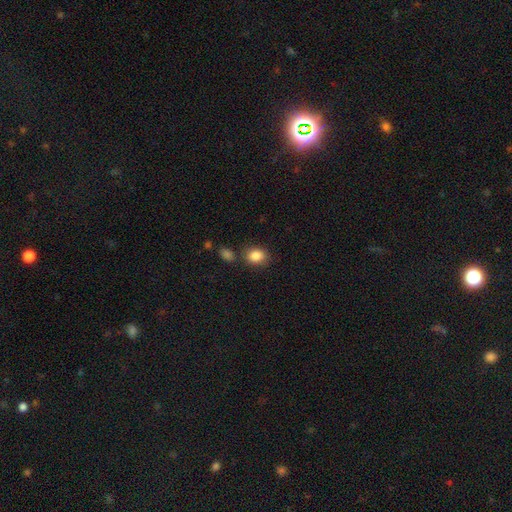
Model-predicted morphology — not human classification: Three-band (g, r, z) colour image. It shows a smooth galaxy with no disk features (86%) that is round (50%). Merging: none (76%).